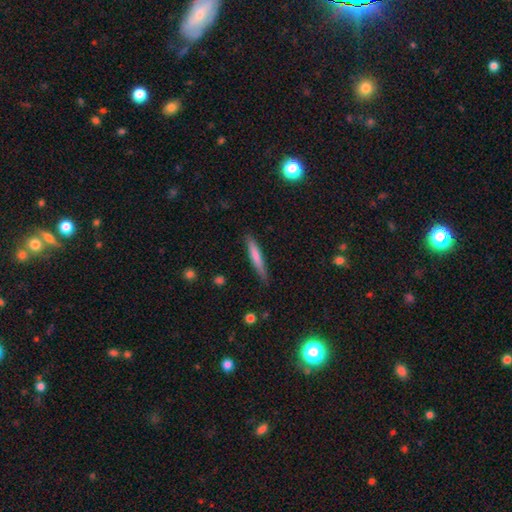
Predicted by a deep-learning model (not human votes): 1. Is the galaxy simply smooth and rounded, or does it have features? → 70% smooth, 24% featured or disk, 6% star or artifact.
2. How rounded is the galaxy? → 93% cigar-shaped, 6% in between, 1% round.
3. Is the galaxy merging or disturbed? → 83% none, 14% minor disturbance, 2% major disturbance, 1% merger.